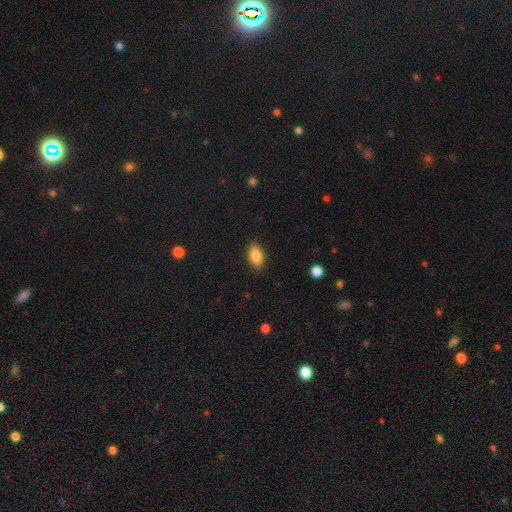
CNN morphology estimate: Overall: smooth (87%). How rounded: in between (90%). Merging: none (86%).